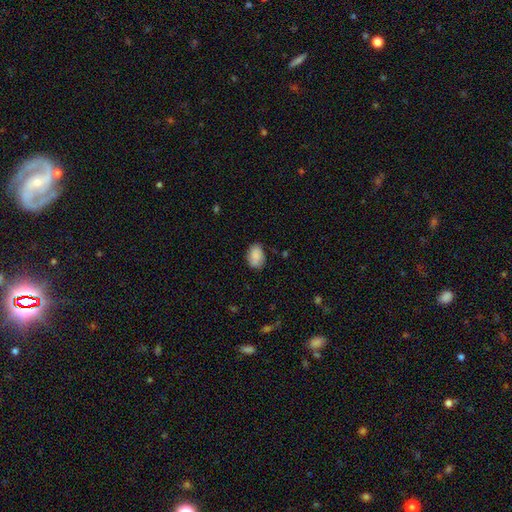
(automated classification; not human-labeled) smooth_or_featured: smooth (p=0.87) [alt: featured or disk p=0.07]
how_rounded: in between (p=0.84) [alt: round p=0.15]
merging: none (p=0.77) [alt: minor disturbance p=0.18]